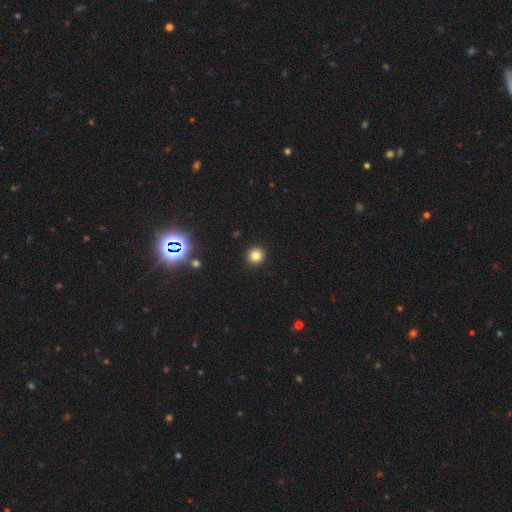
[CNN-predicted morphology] smooth 82%, star or artifact 13%, featured or disk 5%. Down the decision tree: how rounded — round (93%); merging — none (93%).